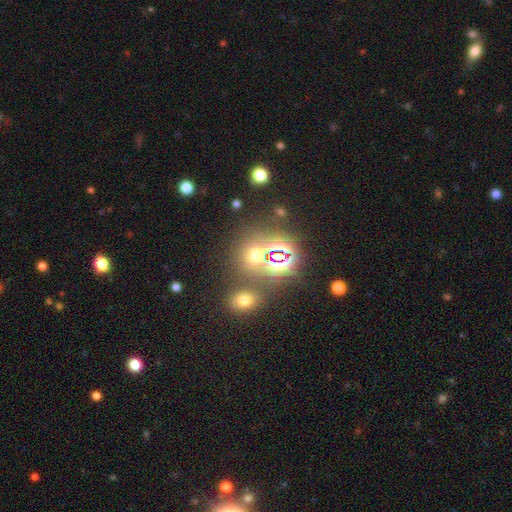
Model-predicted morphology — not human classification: Smooth or featured?
  - star or artifact: 46% * (tied)
  - smooth: 46% * (tied)
  - featured or disk: 8%